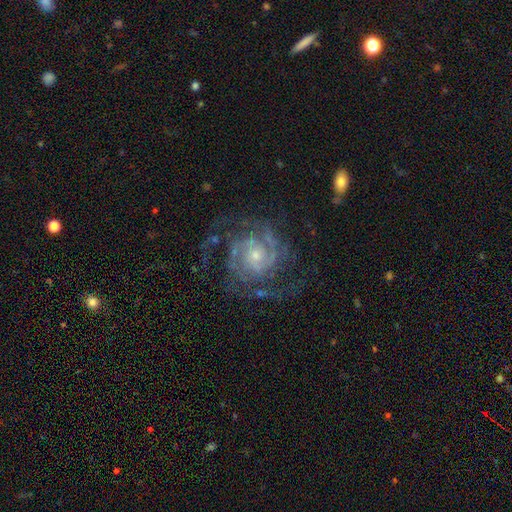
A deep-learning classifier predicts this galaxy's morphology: Q: Smooth or featured?
A: featured or disk (89%); runner-up: star or artifact (6%)
Q: Edge-on disk?
A: no (98%); runner-up: yes (2%)
Q: Bar?
A: no (71%); runner-up: weak (24%)
Q: Spiral arms?
A: yes (96%); runner-up: no (4%)
Q: Spiral winding?
A: tight (55%); runner-up: medium (36%)
Q: Spiral arm count?
A: 2 (39%); runner-up: 3 (21%)
Q: Bulge size?
A: small (60%); runner-up: moderate (35%)
Q: Merging?
A: none (67%); runner-up: minor disturbance (16%)